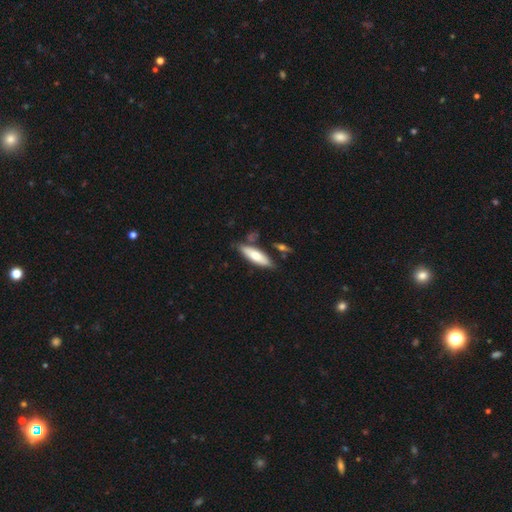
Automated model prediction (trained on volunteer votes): smooth-or-featured: smooth: 67% | featured or disk: 28% | star or artifact: 5%
  how-rounded: cigar-shaped: 52% | in between: 47% | round: 2%
  merging: none: 75% | minor disturbance: 15% | merger: 7% | major disturbance: 3%